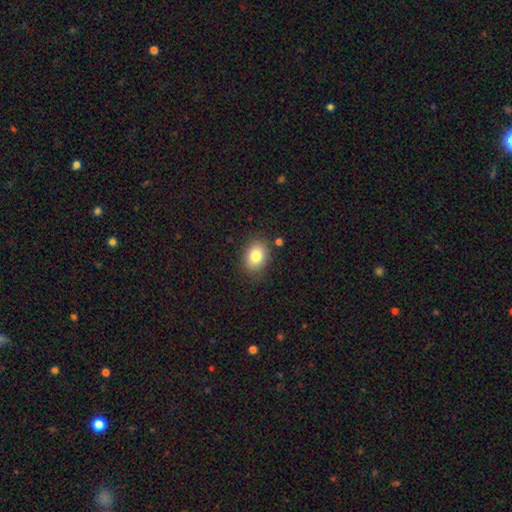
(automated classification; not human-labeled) smooth_or_featured: smooth (p=0.82) [alt: star or artifact p=0.09]
how_rounded: in between (p=0.65) [alt: round p=0.34]
merging: none (p=0.83) [alt: minor disturbance p=0.11]